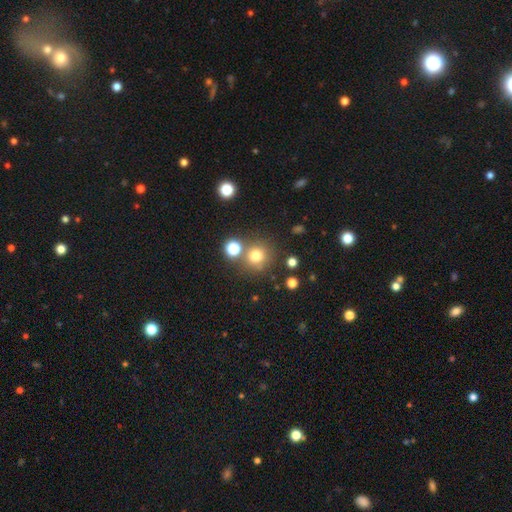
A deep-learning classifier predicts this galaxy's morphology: smooth_or_featured: smooth (p=0.74) [alt: star or artifact p=0.17]
how_rounded: round (p=0.91) [alt: in between p=0.08]
merging: none (p=0.73) [alt: merger p=0.14]